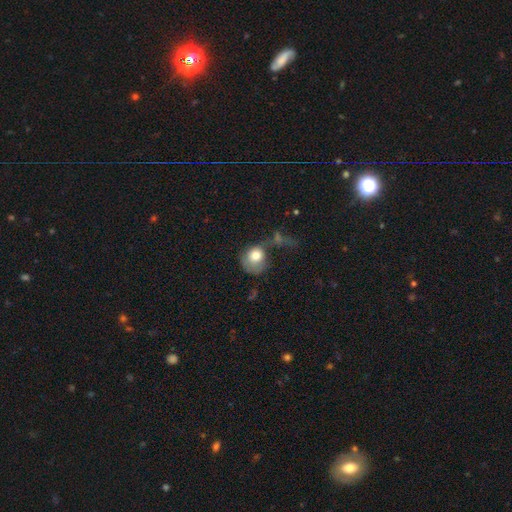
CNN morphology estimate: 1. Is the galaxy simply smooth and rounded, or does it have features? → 73% smooth, 19% featured or disk, 8% star or artifact.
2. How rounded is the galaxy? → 68% round, 31% in between, 1% cigar-shaped.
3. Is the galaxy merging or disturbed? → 39% major disturbance, 24% none, 22% minor disturbance, 15% merger.